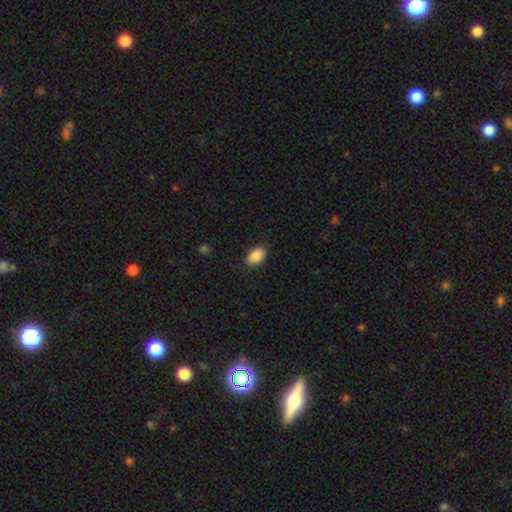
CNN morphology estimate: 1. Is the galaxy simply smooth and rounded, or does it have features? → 88% smooth, 7% star or artifact, 5% featured or disk.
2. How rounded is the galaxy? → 89% in between, 10% round, 1% cigar-shaped.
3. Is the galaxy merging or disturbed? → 87% none, 10% minor disturbance, 2% major disturbance, 1% merger.